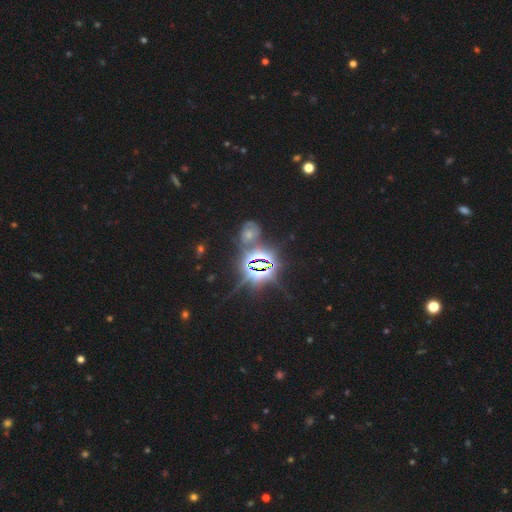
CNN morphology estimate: Smooth or featured: star or artifact — 76% (smooth — 16%)